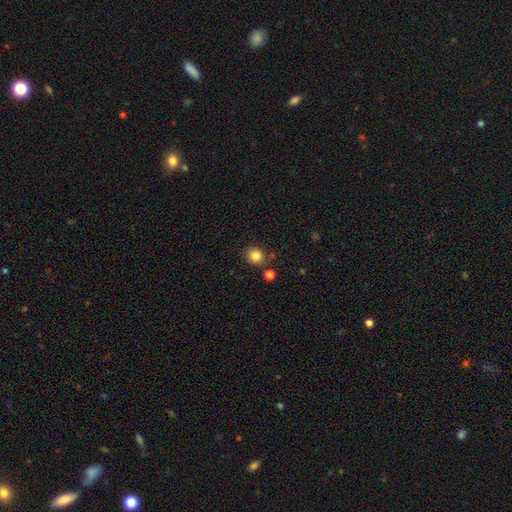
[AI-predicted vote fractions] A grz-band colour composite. It shows a smooth galaxy with no disk features (84%) that is round (87%). Merging: none (83%).